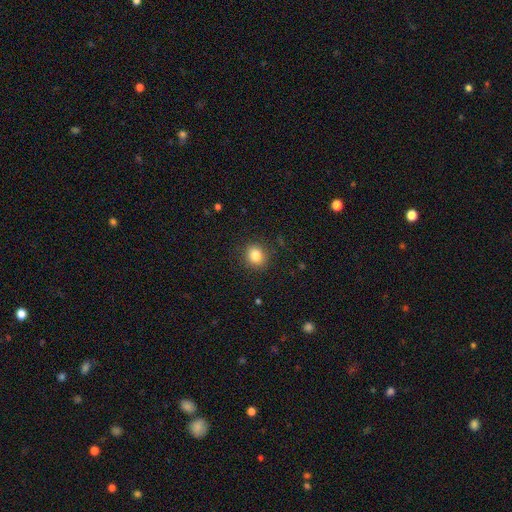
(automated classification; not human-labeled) A smooth galaxy with no disk features (83%) that is round (78%).

Vote fractions:
- Smooth or featured? smooth: 83% / star or artifact: 11% / featured or disk: 6%
- How rounded? round: 78% / in between: 21% / cigar-shaped: 1%
- Merging? none: 89% / minor disturbance: 7% / major disturbance: 2% / merger: 1%